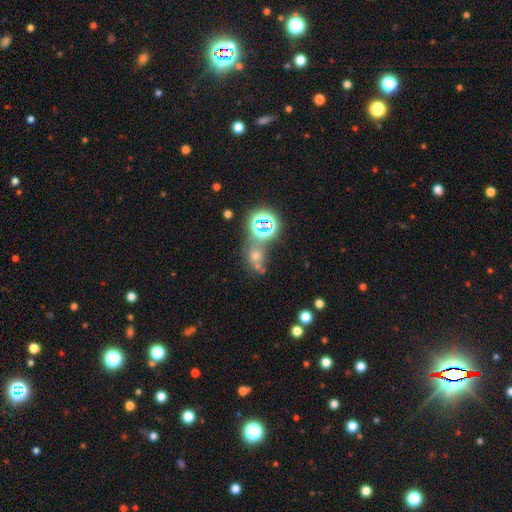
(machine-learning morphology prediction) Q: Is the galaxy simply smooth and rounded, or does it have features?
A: star or artifact — 57%.